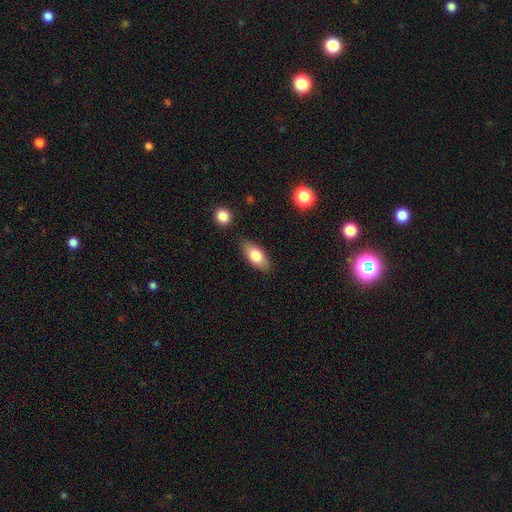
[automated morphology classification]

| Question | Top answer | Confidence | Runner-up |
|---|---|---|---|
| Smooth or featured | smooth | 76% | featured or disk (17%) |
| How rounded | in between | 86% | cigar-shaped (10%) |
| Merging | none | 83% | minor disturbance (12%) |